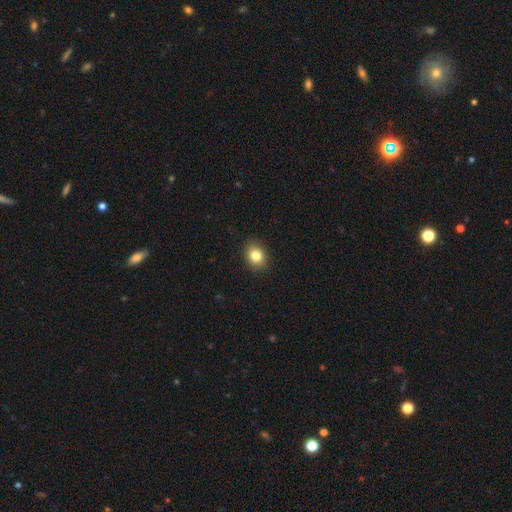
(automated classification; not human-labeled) Smooth or featured? Predicted: smooth (p=0.83). How rounded? Predicted: round (p=0.53). Merging? Predicted: none (p=0.90).